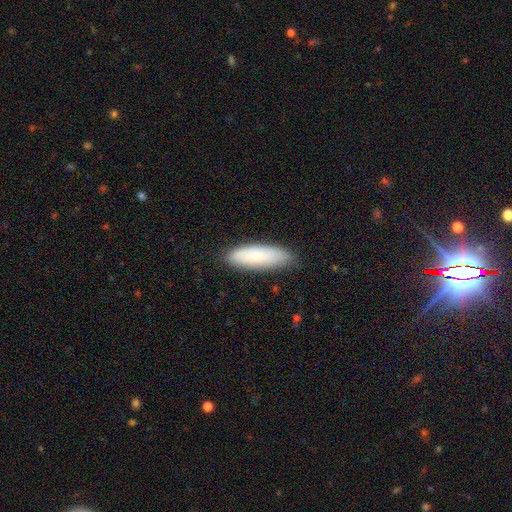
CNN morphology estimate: A smooth galaxy with no disk features (75%) that is in between round and cigar-shaped (57%).

Vote fractions:
- Smooth or featured? smooth: 75% / featured or disk: 19% / star or artifact: 6%
- How rounded? in between: 57% / cigar-shaped: 42% / round: 2%
- Merging? none: 82% / minor disturbance: 15% / major disturbance: 3% / merger: 1%